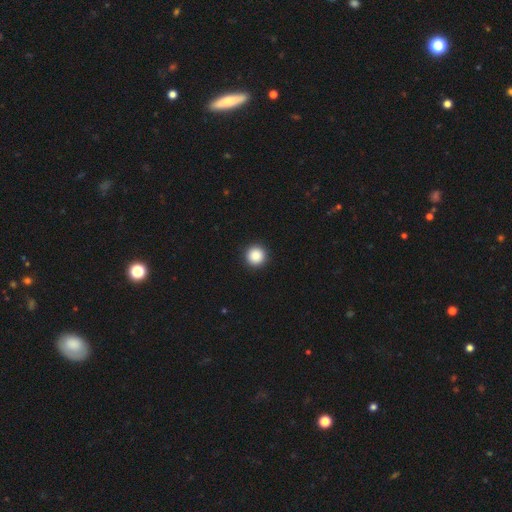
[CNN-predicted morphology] smooth 88%, star or artifact 9%, featured or disk 3%. Down the decision tree: how rounded — round (96%); merging — none (94%).